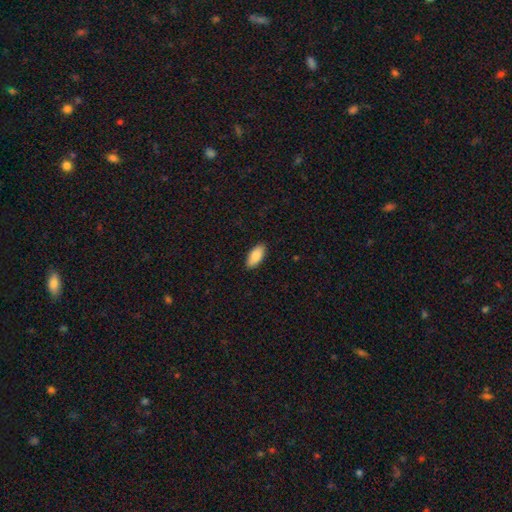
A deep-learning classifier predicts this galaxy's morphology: Smooth or featured: smooth — 86% (featured or disk — 8%)
How rounded: in between — 92% (cigar-shaped — 6%)
Merging: none — 89% (minor disturbance — 8%)